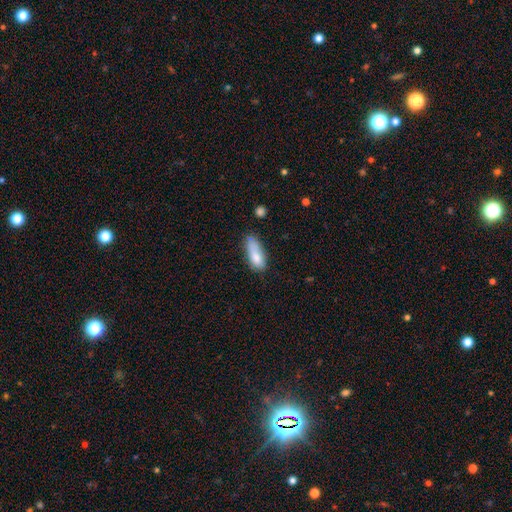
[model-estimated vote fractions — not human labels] A smooth galaxy with no disk features (80%) that is in between round and cigar-shaped (74%).

Vote fractions:
- Smooth or featured? smooth: 80% / featured or disk: 13% / star or artifact: 8%
- How rounded? in between: 74% / cigar-shaped: 24% / round: 3%
- Merging? none: 42% / minor disturbance: 34% / major disturbance: 13% / merger: 12%